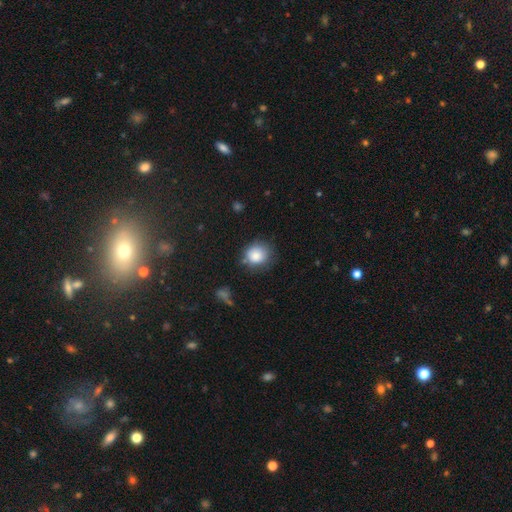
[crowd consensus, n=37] This appears to be a smooth galaxy with no disk features (95%) that is round (77%). Merging: none (57%).